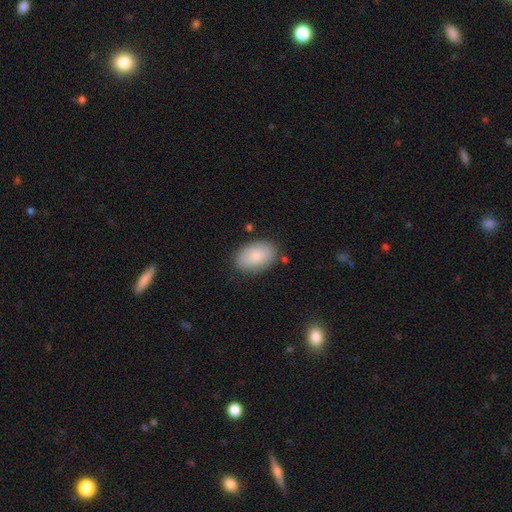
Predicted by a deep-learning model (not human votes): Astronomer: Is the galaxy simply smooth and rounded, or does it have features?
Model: smooth — 80%.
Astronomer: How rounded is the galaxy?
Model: in between — 91%.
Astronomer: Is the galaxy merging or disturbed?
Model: none — 79%.